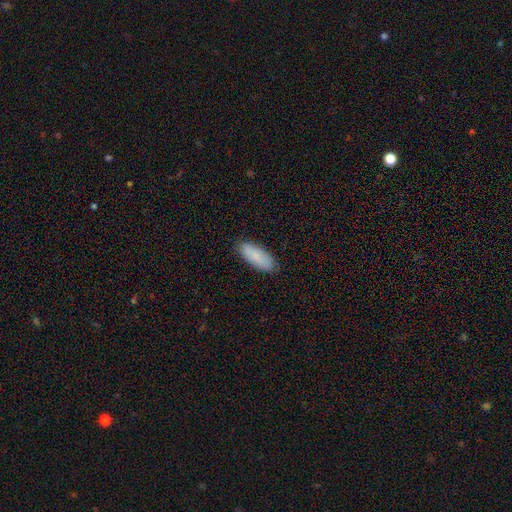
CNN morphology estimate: Smooth or featured?
  - smooth: 84% *
  - featured or disk: 10%
  - star or artifact: 6%
How rounded?
  - in between: 70% *
  - cigar-shaped: 29%
  - round: 2%
Merging?
  - none: 88% *
  - minor disturbance: 9%
  - major disturbance: 2%
  - merger: 1%